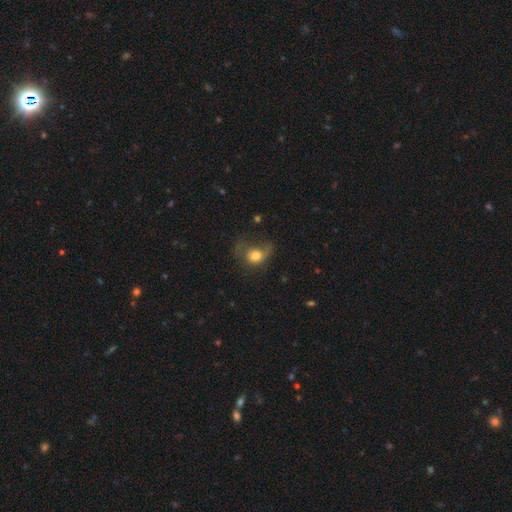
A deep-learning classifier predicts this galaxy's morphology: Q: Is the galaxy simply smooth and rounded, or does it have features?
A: smooth — 65%.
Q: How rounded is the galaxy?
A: round — 55%.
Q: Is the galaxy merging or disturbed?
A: major disturbance — 47%.